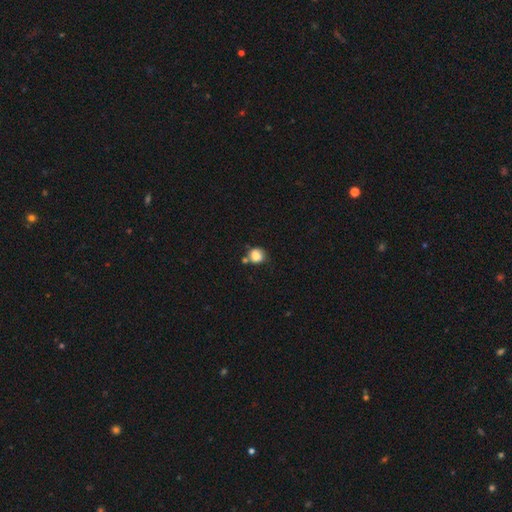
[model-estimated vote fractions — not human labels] smooth-or-featured: smooth: 82% | star or artifact: 10% | featured or disk: 8%
  how-rounded: round: 77% | in between: 22% | cigar-shaped: 1%
  merging: none: 52% | minor disturbance: 22% | merger: 18% | major disturbance: 8%